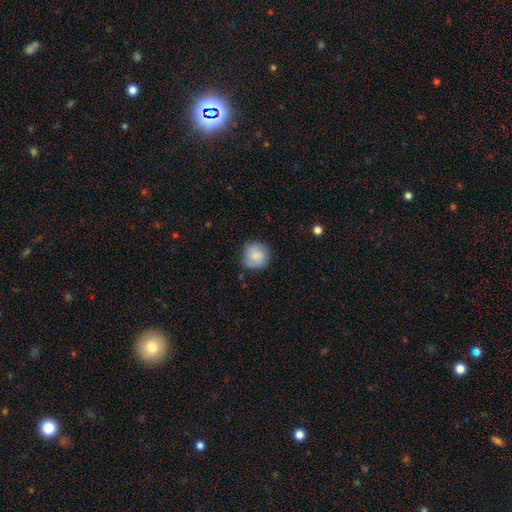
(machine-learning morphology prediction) type=smooth (79%); roundness=round (92%); merging=none (78%).